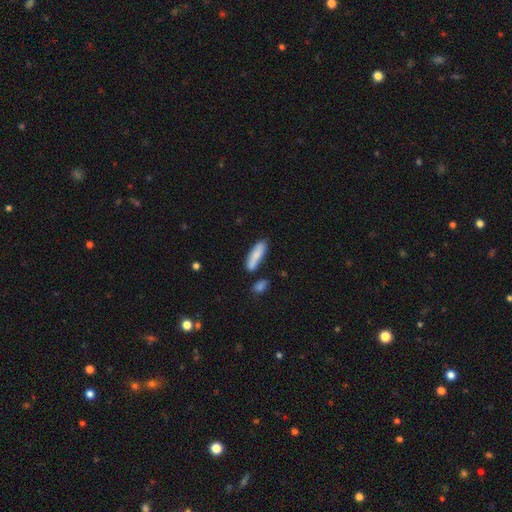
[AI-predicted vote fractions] smooth_or_featured: smooth (p=0.81) [alt: featured or disk p=0.13]
how_rounded: cigar-shaped (p=0.63) [alt: in between p=0.35]
merging: none (p=0.72) [alt: minor disturbance p=0.16]